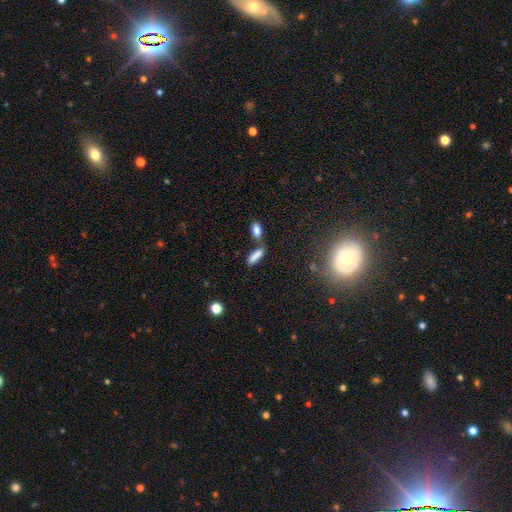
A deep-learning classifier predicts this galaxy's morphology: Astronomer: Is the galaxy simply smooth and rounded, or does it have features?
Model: smooth — 82%.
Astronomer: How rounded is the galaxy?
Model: in between — 53% (runner-up: cigar-shaped, 45%).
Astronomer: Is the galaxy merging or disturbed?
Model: none — 47% (runner-up: merger, 35%).